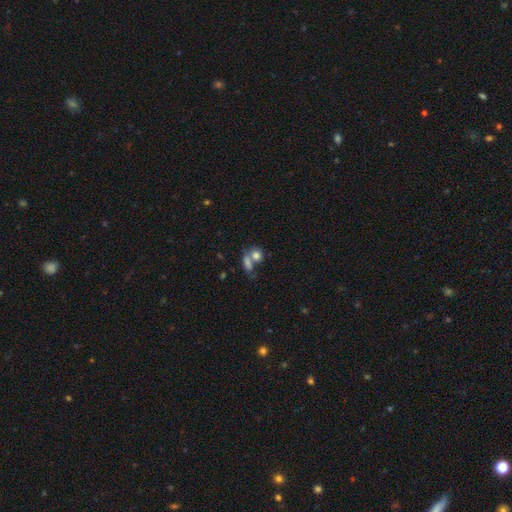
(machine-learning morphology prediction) Q: Smooth or featured?
A: smooth (78%); runner-up: featured or disk (12%)
Q: How rounded?
A: round (50%); runner-up: in between (47%)
Q: Merging?
A: merger (51%); runner-up: none (33%)